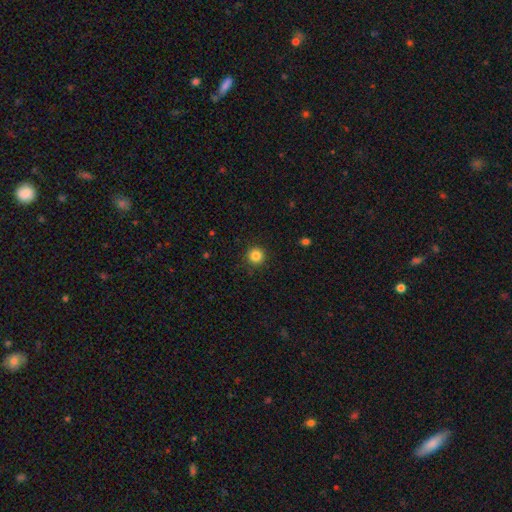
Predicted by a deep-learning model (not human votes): A smooth galaxy with no disk features (84%) that is round (96%). Merging: none (91%).